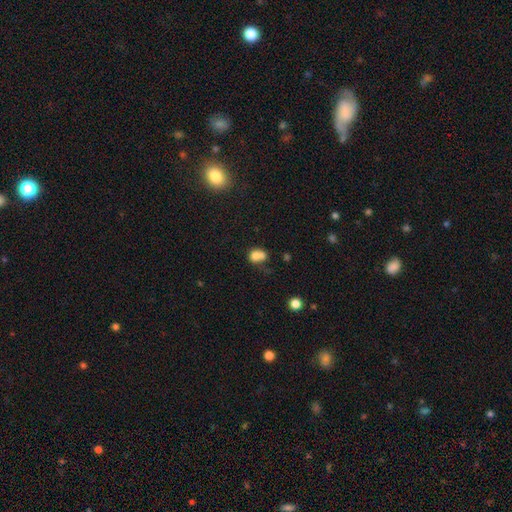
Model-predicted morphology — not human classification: Smooth or featured? smooth (74%)
How rounded? round (63%)
Merging? merger (49%)